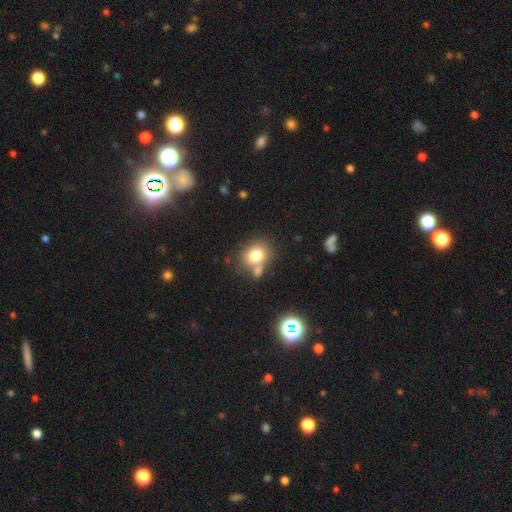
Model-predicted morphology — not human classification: Smooth or featured?
  - smooth: 77% *
  - star or artifact: 11%
  - featured or disk: 11%
How rounded?
  - round: 57% *
  - in between: 42%
  - cigar-shaped: 1%
Merging?
  - none: 55% *
  - merger: 24%
  - minor disturbance: 15%
  - major disturbance: 6%